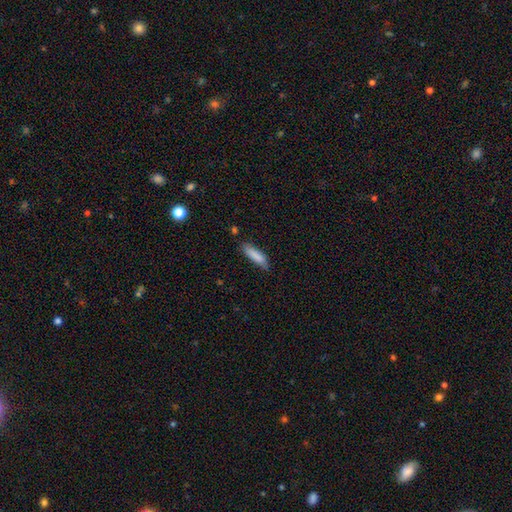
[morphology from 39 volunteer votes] smooth-or-featured: smooth: 79% | featured or disk: 10% | star or artifact: 10%
  how-rounded: cigar-shaped: 58% | in between: 42% | round: 0%
  merging: none: 51% | minor disturbance: 40% | major disturbance: 9% | merger: 0%